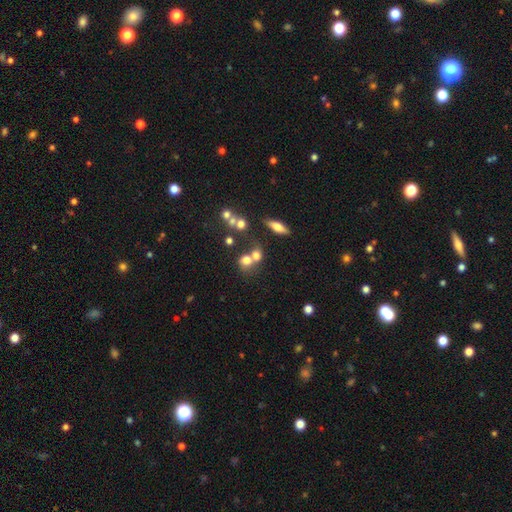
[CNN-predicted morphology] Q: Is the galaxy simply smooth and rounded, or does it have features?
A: smooth — 67%.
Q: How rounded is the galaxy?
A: round — 67%.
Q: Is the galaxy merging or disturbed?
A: merger — 52%.